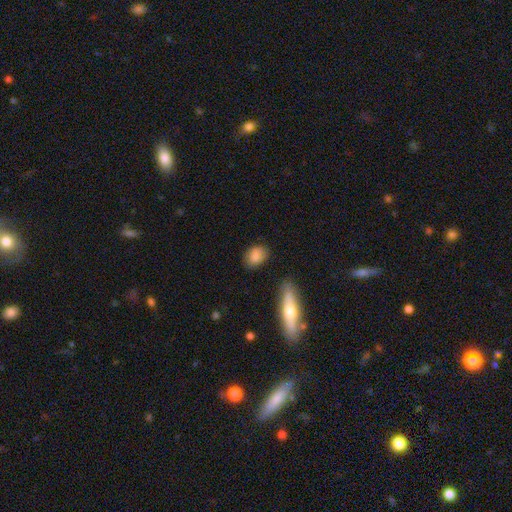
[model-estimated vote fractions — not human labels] smooth-or-featured: smooth: 85% | featured or disk: 8% | star or artifact: 7%
  how-rounded: in between: 71% | round: 26% | cigar-shaped: 3%
  merging: none: 79% | minor disturbance: 15% | major disturbance: 3% | merger: 3%